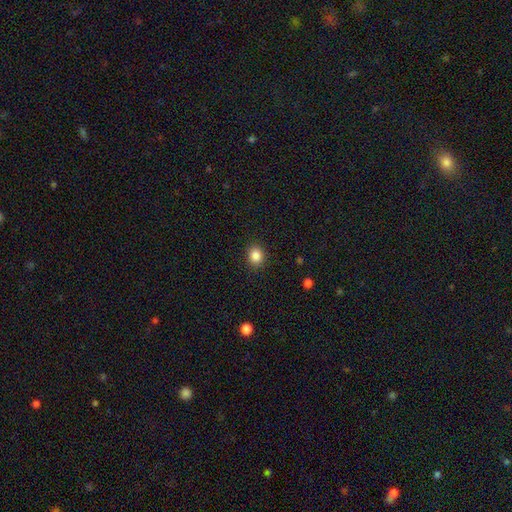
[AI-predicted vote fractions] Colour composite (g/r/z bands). It shows a smooth galaxy with no disk features (86%) that is round (73%). Merging: none (90%).